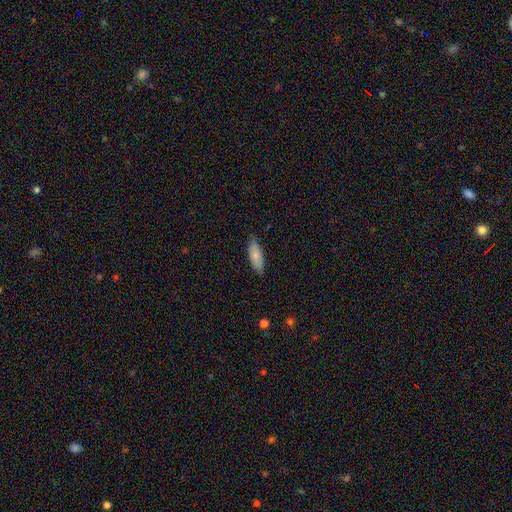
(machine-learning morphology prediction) Q: Smooth or featured?
A: smooth (79%); runner-up: featured or disk (15%)
Q: How rounded?
A: in between (71%); runner-up: cigar-shaped (27%)
Q: Merging?
A: none (78%); runner-up: minor disturbance (18%)